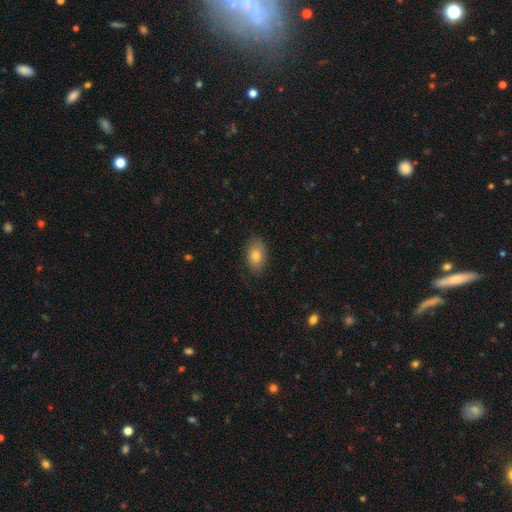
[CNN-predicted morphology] A smooth galaxy with no disk features (79%) that is in between round and cigar-shaped (89%). Merging: none (84%).